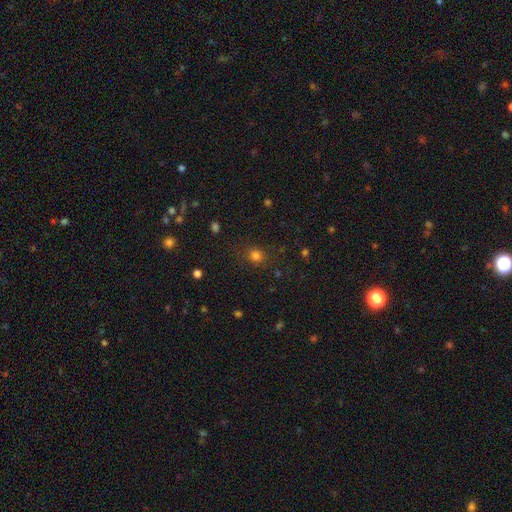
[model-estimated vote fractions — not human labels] smooth_or_featured: smooth (p=0.79) [alt: star or artifact p=0.16]
how_rounded: round (p=0.85) [alt: in between p=0.14]
merging: none (p=0.85) [alt: minor disturbance p=0.09]